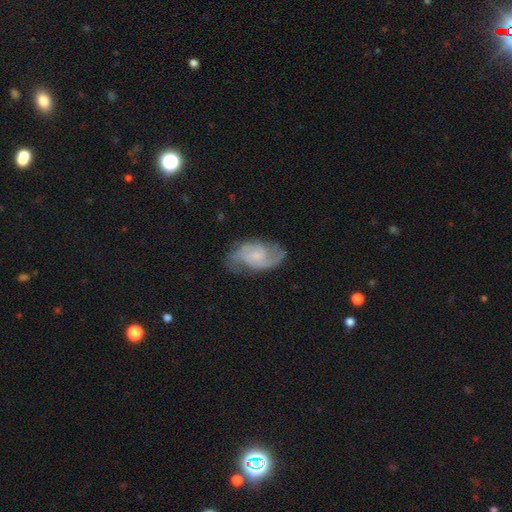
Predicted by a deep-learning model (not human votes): Overall: featured or disk (82%). Edge-on disk: no (97%). Bar: no (57%; weak 37%). Spiral arms: yes (96%). Spiral arm count: 2 (84%). Spiral winding: medium (51%; tight 26%). Bulge size: small (57%; moderate 20%). Merging: none (73%).